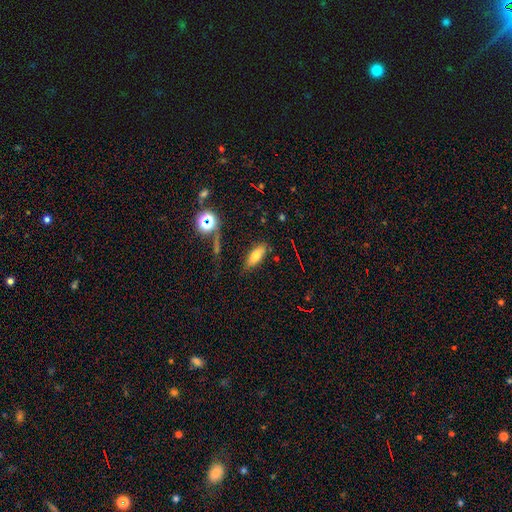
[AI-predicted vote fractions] This is likely a smooth galaxy (71%). How rounded: likely in between (76%). Merging: likely none (77%).